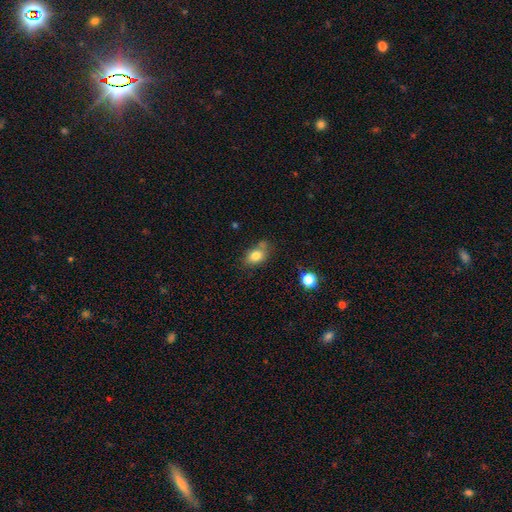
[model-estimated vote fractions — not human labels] Smooth or featured? smooth (79%)
How rounded? in between (77%)
Merging? none (58%)